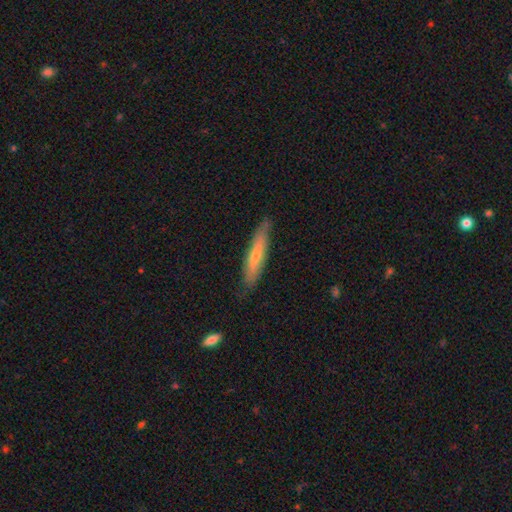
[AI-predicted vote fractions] Q: Smooth or featured?
A: smooth (55%); runner-up: featured or disk (39%)
Q: How rounded?
A: cigar-shaped (88%); runner-up: in between (11%)
Q: Merging?
A: none (81%); runner-up: minor disturbance (15%)